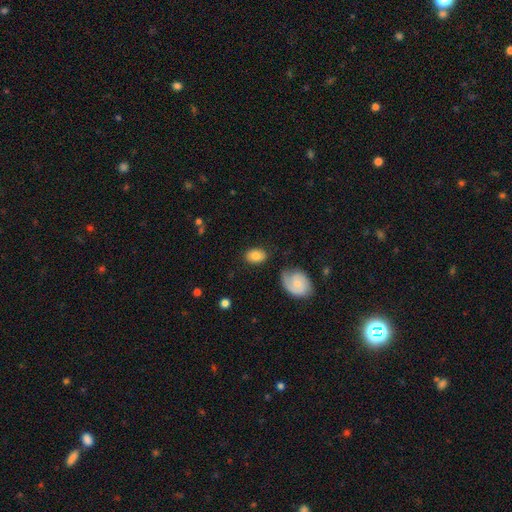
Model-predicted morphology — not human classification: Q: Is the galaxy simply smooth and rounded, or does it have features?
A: smooth — 74%.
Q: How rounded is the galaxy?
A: in between — 80%.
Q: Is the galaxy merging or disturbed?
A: none — 76%.